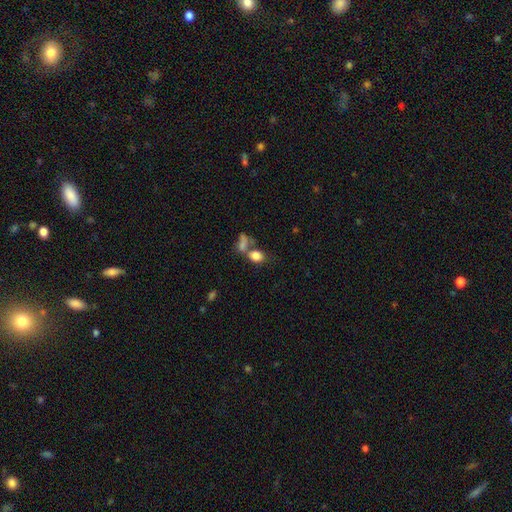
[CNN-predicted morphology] Smooth or featured: smooth — 80% (star or artifact — 10%)
How rounded: in between — 67% (round — 30%)
Merging: merger — 43% (none — 37%)